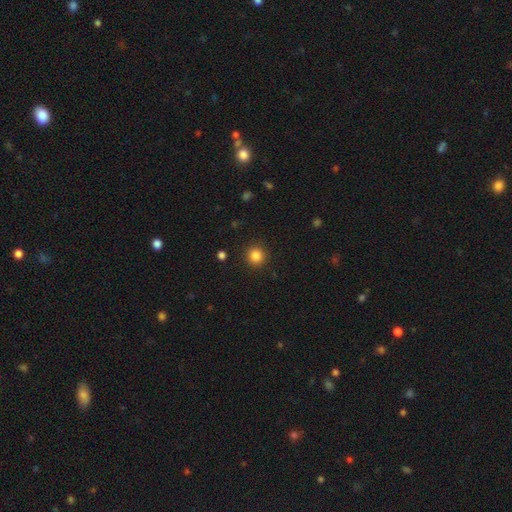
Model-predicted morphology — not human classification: Smooth or featured: smooth — 85% (star or artifact — 11%)
How rounded: round — 94% (in between — 5%)
Merging: none — 91% (minor disturbance — 5%)